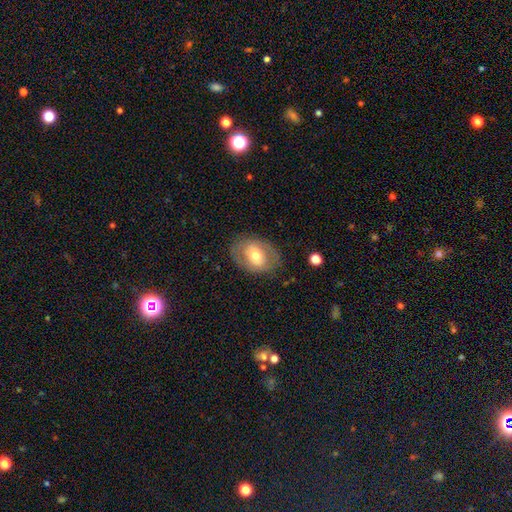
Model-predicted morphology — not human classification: Overall: smooth (52%; featured or disk 41%). How rounded: in between (70%). Merging: none (77%).